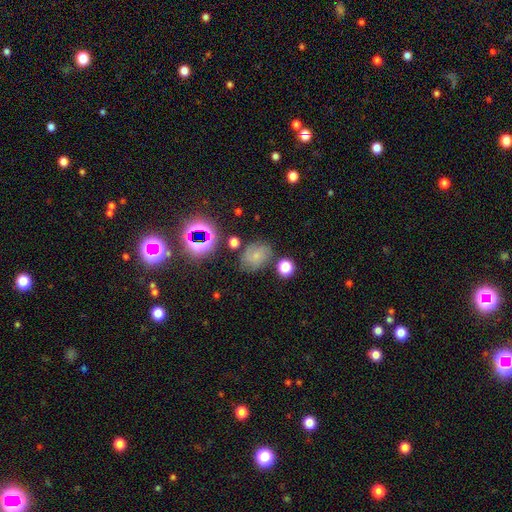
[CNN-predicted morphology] type=smooth (49%); merging=none (65%).